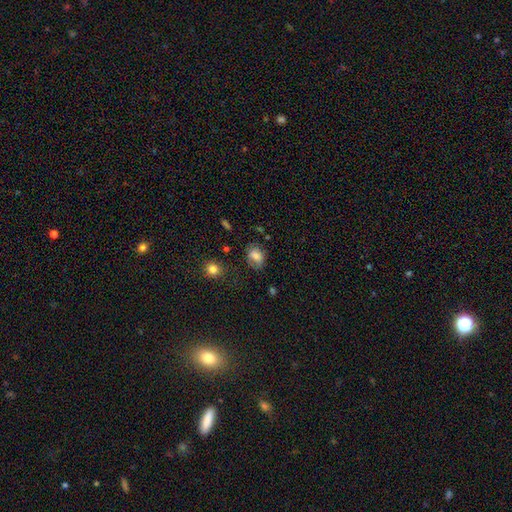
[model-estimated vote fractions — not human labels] smooth-or-featured: smooth: 68% | featured or disk: 21% | star or artifact: 11%
  how-rounded: in between: 62% | round: 37% | cigar-shaped: 1%
  merging: none: 63% | minor disturbance: 25% | major disturbance: 10% | merger: 3%